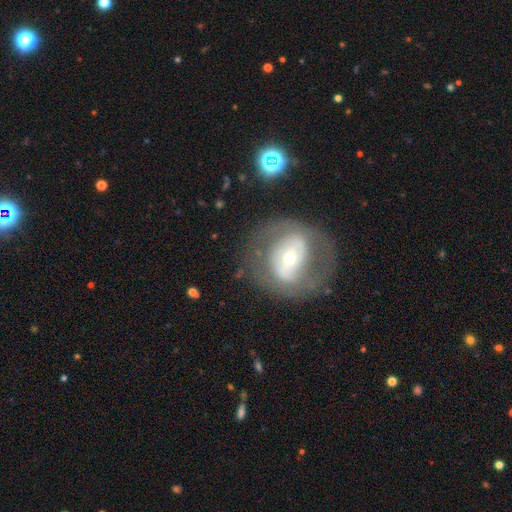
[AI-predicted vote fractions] A featured or disk galaxy (66%) with no bar (46%), no spiral arms (52%) and a small central bulge (58%). Merging: none (66%).